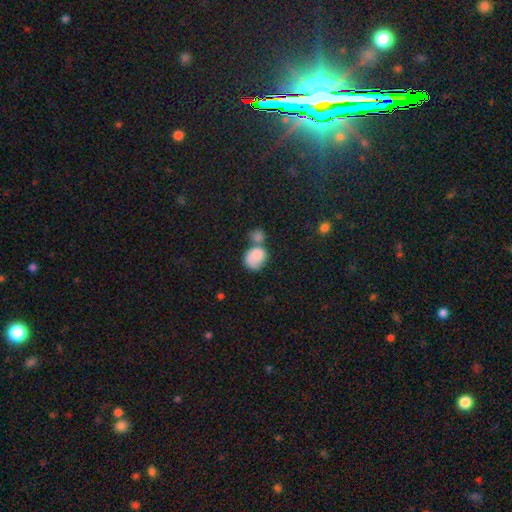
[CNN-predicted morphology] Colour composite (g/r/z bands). It shows a smooth galaxy with no disk features (81%) that is round (53%). Merging: merger (50%).